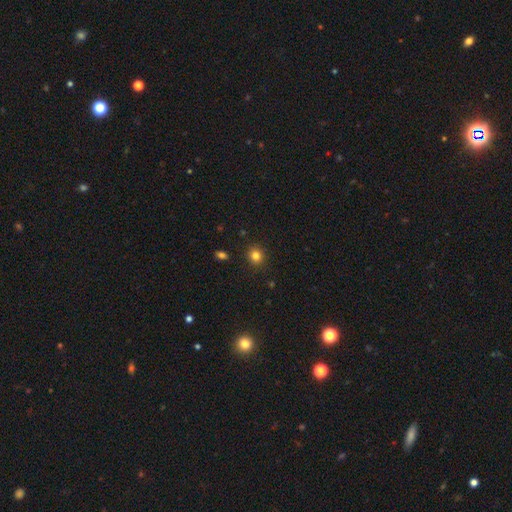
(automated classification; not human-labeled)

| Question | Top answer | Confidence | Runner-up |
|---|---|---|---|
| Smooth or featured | smooth | 82% | star or artifact (13%) |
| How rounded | round | 85% | in between (15%) |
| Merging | none | 90% | minor disturbance (6%) |